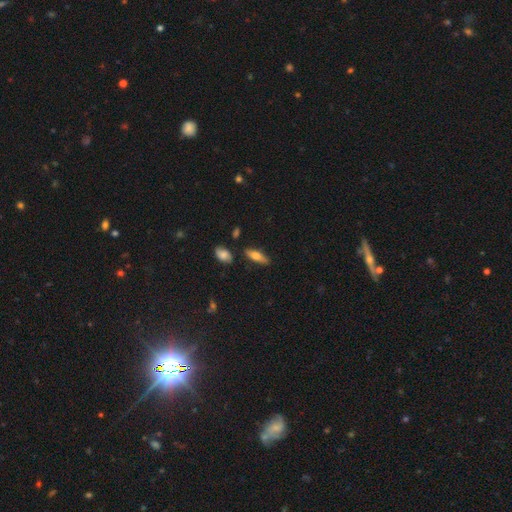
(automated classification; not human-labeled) The model was most divided on "how rounded": in between: 55%, cigar-shaped: 42%, round: 3%. More confident: merging — none (81%); smooth or featured — smooth (63%).